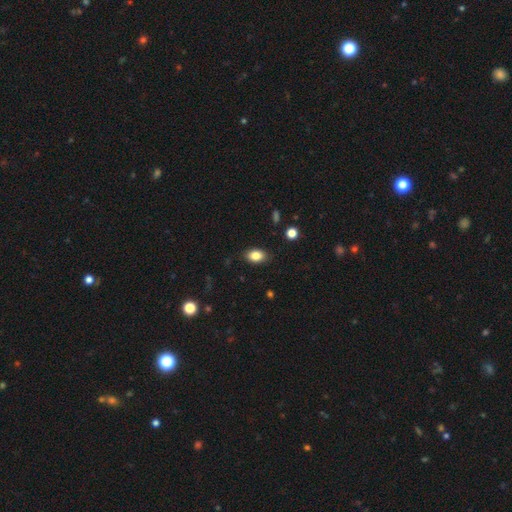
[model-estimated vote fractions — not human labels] Morphology: type=smooth (84%); roundness=in between (83%); merging=none (85%).